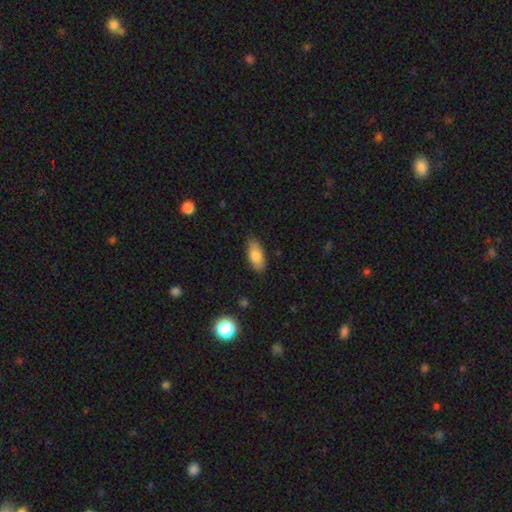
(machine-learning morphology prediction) Smooth or featured? smooth (81%)
How rounded? in between (85%)
Merging? none (85%)